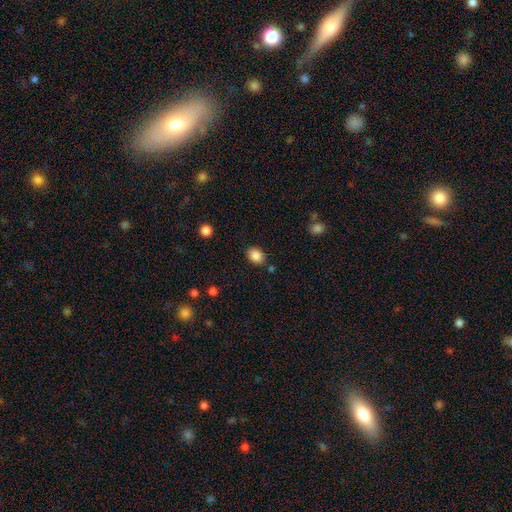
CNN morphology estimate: Smooth or featured: smooth — 86% (star or artifact — 9%)
How rounded: in between — 64% (round — 35%)
Merging: none — 83% (minor disturbance — 11%)